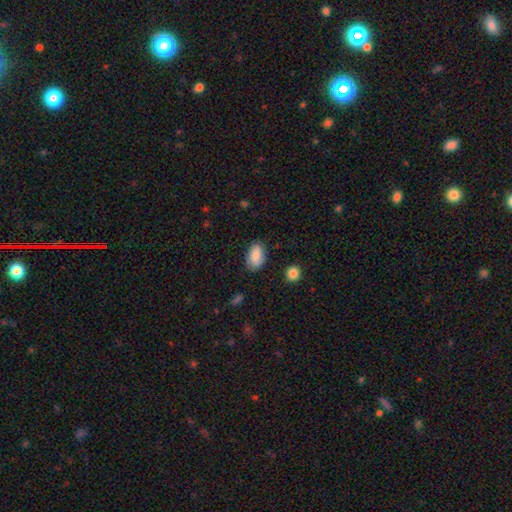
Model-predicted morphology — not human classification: The model was most divided on "merging": none: 79%, minor disturbance: 16%, major disturbance: 3%, merger: 2%. More confident: how rounded — in between (93%); smooth or featured — smooth (87%).